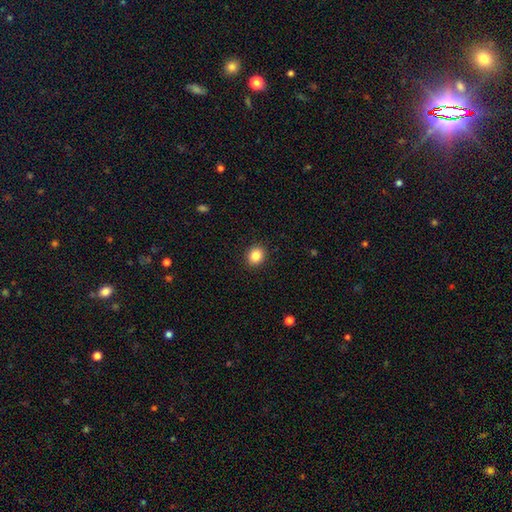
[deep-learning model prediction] Smooth or featured? Predicted: smooth (p=0.86). How rounded? Predicted: round (p=0.71). Merging? Predicted: none (p=0.91).